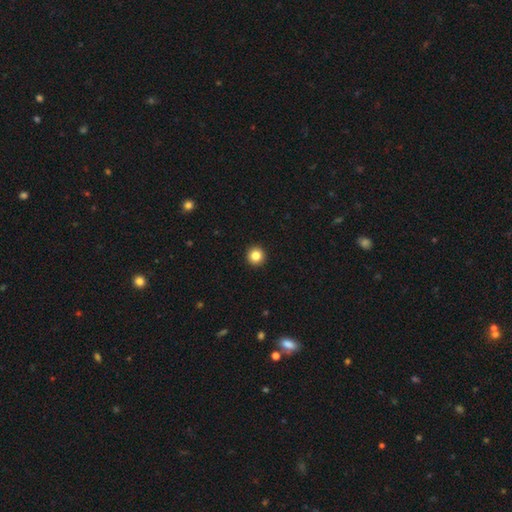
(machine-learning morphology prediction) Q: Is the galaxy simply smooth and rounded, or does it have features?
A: smooth — 83%.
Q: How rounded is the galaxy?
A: round — 95%.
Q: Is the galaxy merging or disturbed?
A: none — 94%.